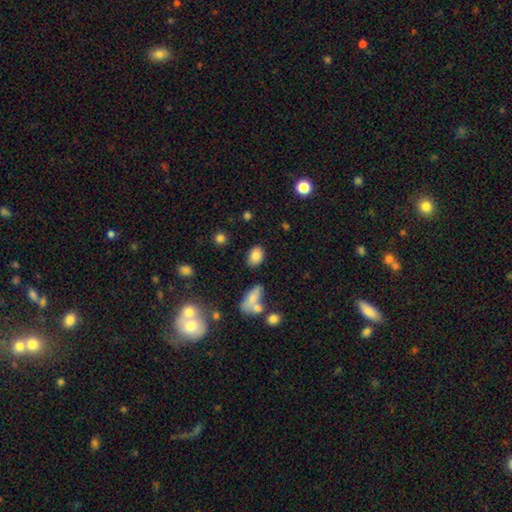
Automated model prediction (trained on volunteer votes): Smooth or featured? Predicted: smooth (p=0.82). How rounded? Predicted: in between (p=0.79). Merging? Predicted: none (p=0.81).